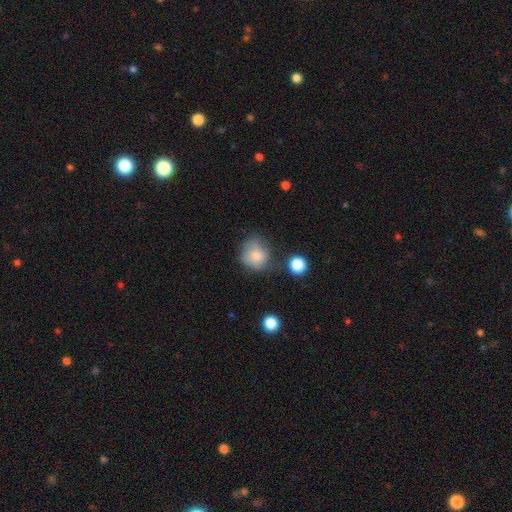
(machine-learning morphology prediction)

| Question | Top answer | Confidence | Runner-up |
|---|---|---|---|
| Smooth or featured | smooth | 79% | featured or disk (12%) |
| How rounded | round | 78% | in between (21%) |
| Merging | none | 51% | minor disturbance (29%) |